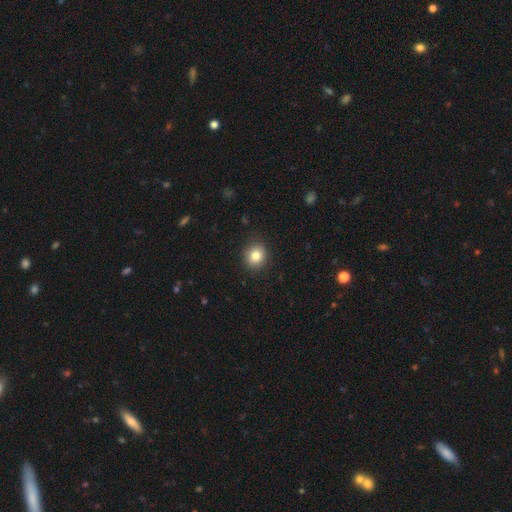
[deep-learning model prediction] A smooth galaxy with no disk features (83%) that is round (79%).

Vote fractions:
- Smooth or featured? smooth: 83% / star or artifact: 10% / featured or disk: 7%
- How rounded? round: 79% / in between: 20% / cigar-shaped: 1%
- Merging? none: 89% / minor disturbance: 8% / major disturbance: 2% / merger: 1%